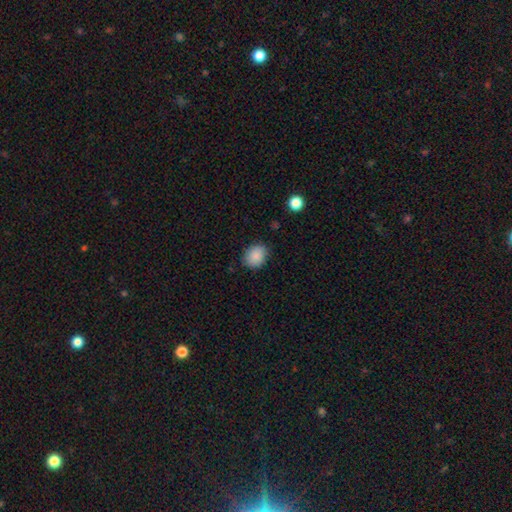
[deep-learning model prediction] This appears to be a smooth galaxy with no disk features (87%) that is in between round and cigar-shaped (55%). Merging: none (81%).